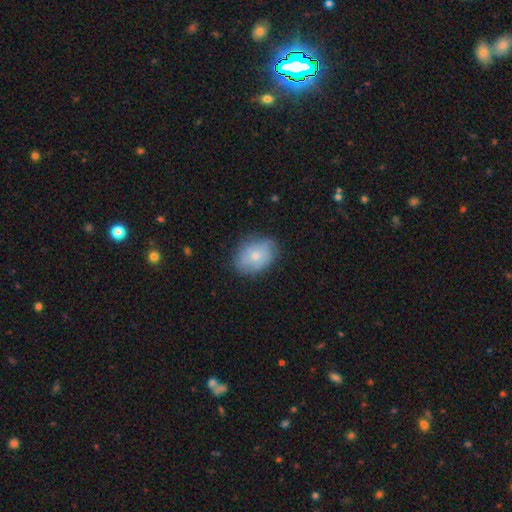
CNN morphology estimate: This is likely a smooth galaxy (62%). How rounded: likely in between (72%). Merging: likely none (75%).